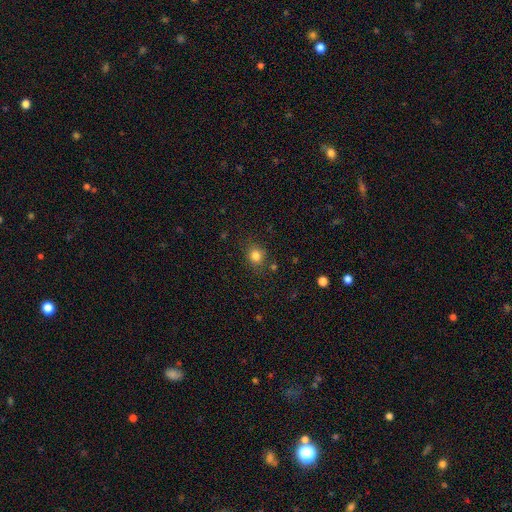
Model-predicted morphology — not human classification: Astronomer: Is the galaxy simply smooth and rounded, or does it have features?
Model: smooth — 82%.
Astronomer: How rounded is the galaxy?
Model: round — 80%.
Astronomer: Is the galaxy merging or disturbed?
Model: none — 83%.